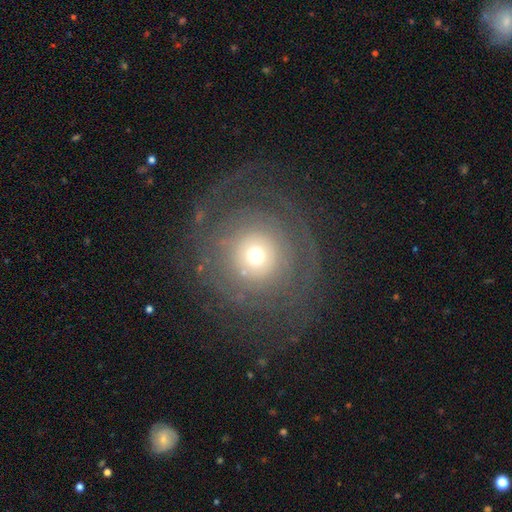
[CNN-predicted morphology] Overall: featured or disk (63%; smooth 27%). Edge-on disk: no (97%). Bar: no (88%). Spiral arms: yes (66%; no 34%). Bulge size: moderate (49%; small 37%). Merging: none (73%).